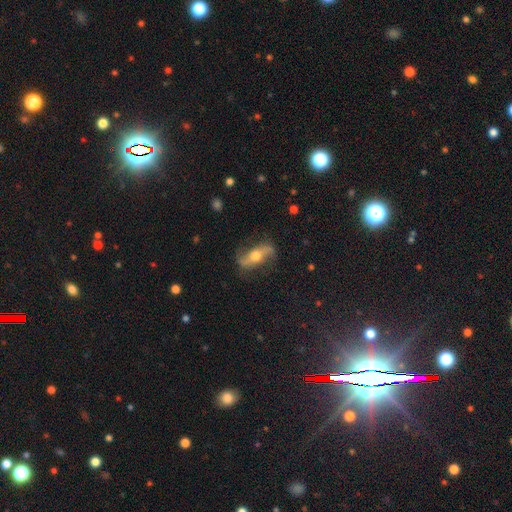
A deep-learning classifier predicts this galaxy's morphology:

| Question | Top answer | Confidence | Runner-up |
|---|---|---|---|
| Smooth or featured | featured or disk | 76% | smooth (17%) |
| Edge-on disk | no | 79% | yes (21%) |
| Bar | no | 38% | strong (34%) |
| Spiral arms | yes | 89% | no (11%) |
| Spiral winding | loose | 73% | medium (20%) |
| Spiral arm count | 2 | 92% | can't tell (3%) |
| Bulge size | moderate | 68% | small (16%) |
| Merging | none | 77% | minor disturbance (15%) |